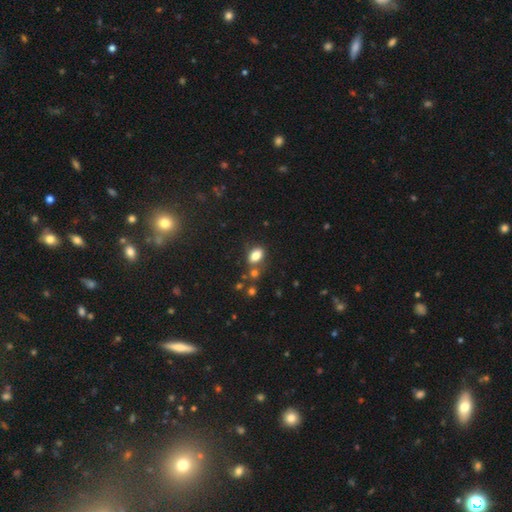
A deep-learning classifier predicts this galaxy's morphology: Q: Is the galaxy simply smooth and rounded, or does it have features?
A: smooth — 81%.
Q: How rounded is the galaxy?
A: in between — 84%.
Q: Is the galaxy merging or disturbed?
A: none — 68%.